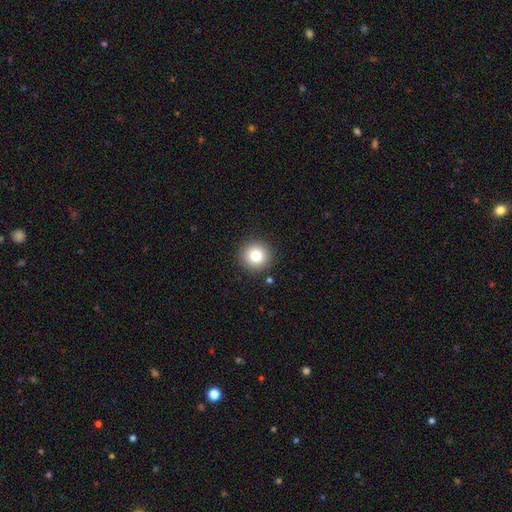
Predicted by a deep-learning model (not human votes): Smooth or featured? Predicted: smooth (p=0.79). How rounded? Predicted: round (p=0.94). Merging? Predicted: none (p=0.91).